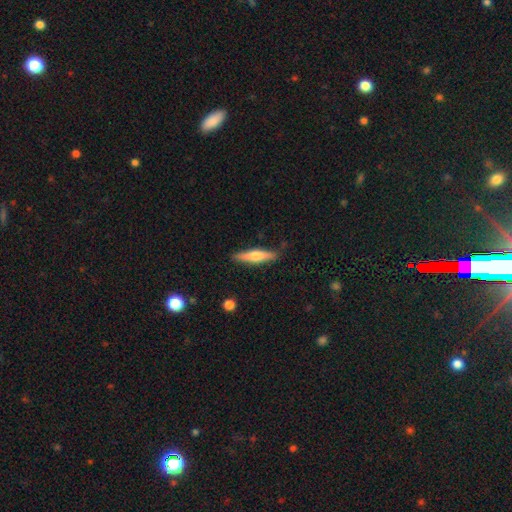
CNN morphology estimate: A smooth galaxy with no disk features (59%) that is cigar-shaped (83%). Merging: none (86%).